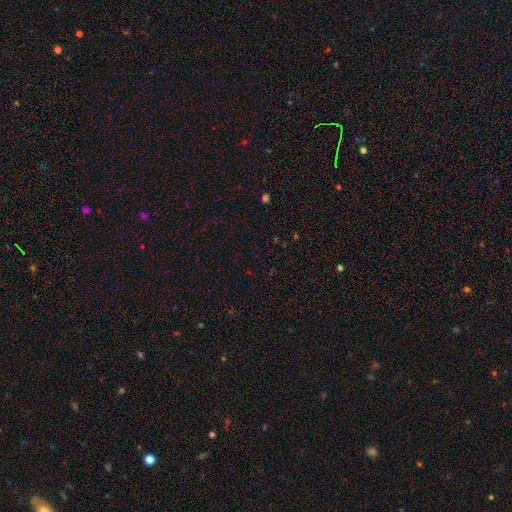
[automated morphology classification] This appears to be a star or artifact, not a galaxy (65%).